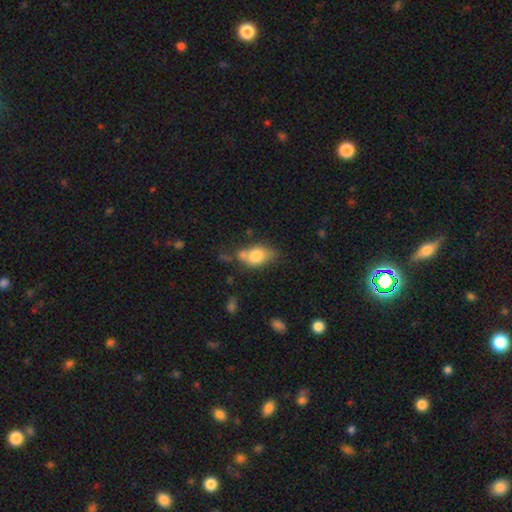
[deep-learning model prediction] Q: Smooth or featured?
A: smooth (76%); runner-up: featured or disk (16%)
Q: How rounded?
A: in between (78%); runner-up: round (19%)
Q: Merging?
A: none (44%); runner-up: minor disturbance (25%)